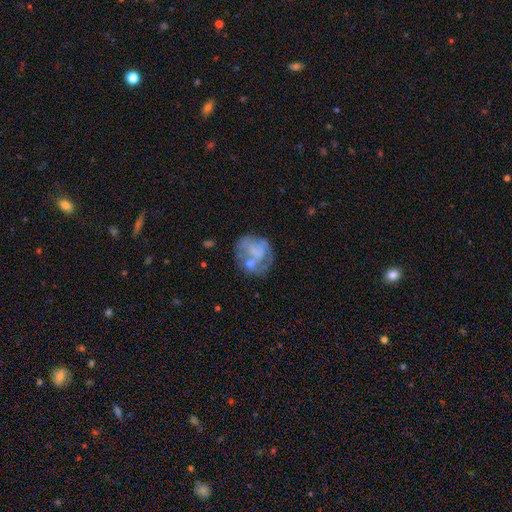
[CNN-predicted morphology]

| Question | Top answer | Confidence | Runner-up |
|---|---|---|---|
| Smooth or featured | featured or disk | 54% | smooth (33%) |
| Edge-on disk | no | 97% | yes (3%) |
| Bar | no | 77% | weak (18%) |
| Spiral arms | no | 65% | yes (35%) |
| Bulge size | none | 45% | small (29%) |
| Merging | none | 46% | minor disturbance (20%) |